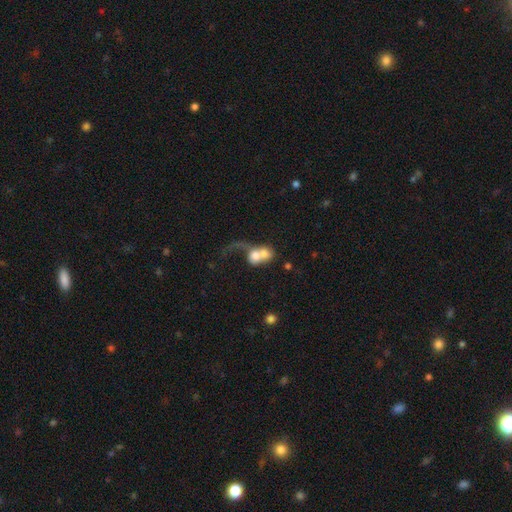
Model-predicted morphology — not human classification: This is possibly a smooth galaxy (54%). How rounded: possibly round (59%). Merging: likely merger (70%).